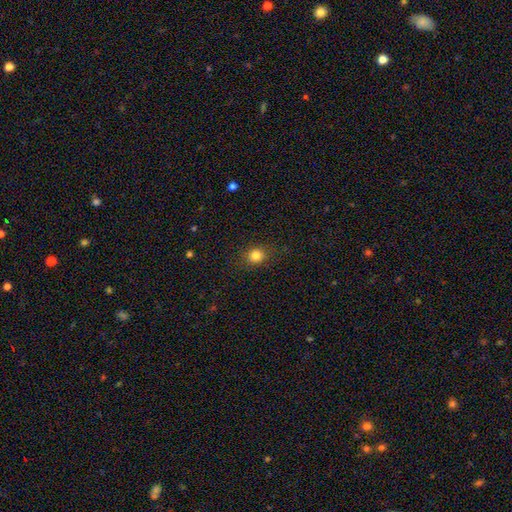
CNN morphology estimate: The model was most divided on "how rounded": round: 79%, in between: 20%, cigar-shaped: 1%. More confident: merging — none (86%); smooth or featured — smooth (83%).